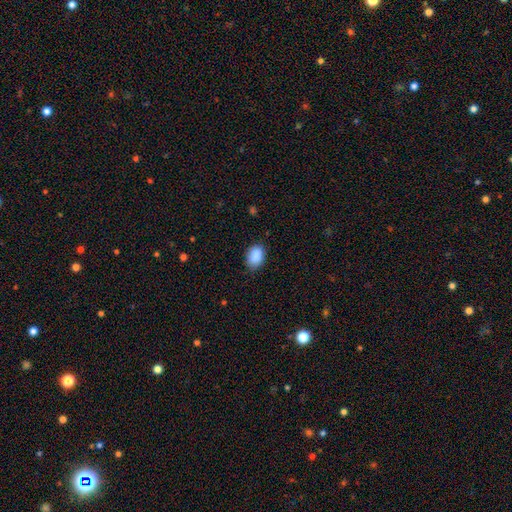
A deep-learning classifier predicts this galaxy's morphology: smooth 89%, star or artifact 7%, featured or disk 3%. Down the decision tree: how rounded — in between (81%); merging — none (79%).